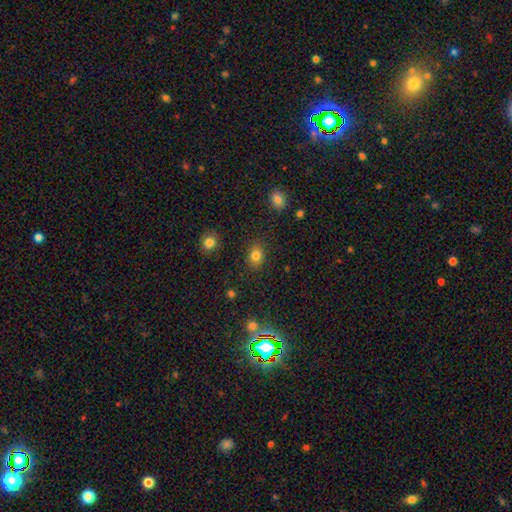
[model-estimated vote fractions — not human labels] A smooth galaxy with no disk features (81%) that is in between round and cigar-shaped (61%).

Vote fractions:
- Smooth or featured? smooth: 81% / star or artifact: 12% / featured or disk: 7%
- How rounded? in between: 61% / round: 38% / cigar-shaped: 1%
- Merging? none: 86% / minor disturbance: 10% / major disturbance: 3% / merger: 2%